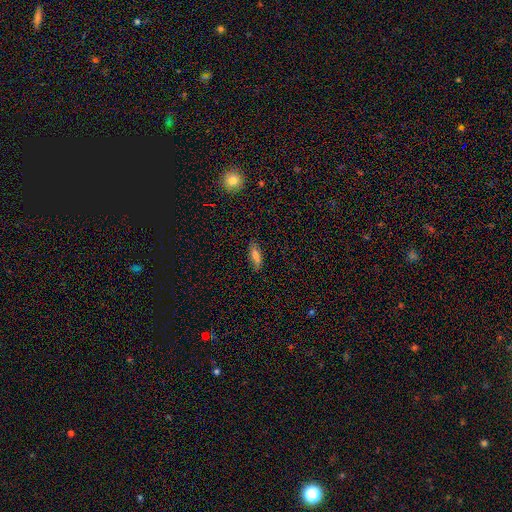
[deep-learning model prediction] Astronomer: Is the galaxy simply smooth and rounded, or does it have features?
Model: smooth — 74%.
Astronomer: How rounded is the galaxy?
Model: in between — 51% (runner-up: cigar-shaped, 46%).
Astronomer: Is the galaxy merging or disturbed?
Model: none — 78%.